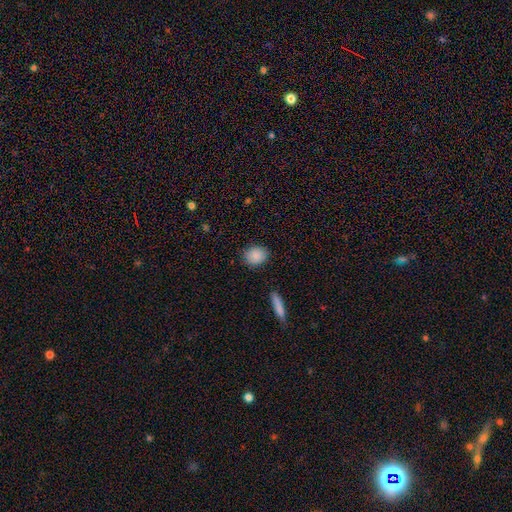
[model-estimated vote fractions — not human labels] smooth-or-featured: smooth: 87% | star or artifact: 7% | featured or disk: 5%
  how-rounded: round: 53% | in between: 45% | cigar-shaped: 2%
  merging: none: 86% | minor disturbance: 10% | major disturbance: 3% | merger: 2%